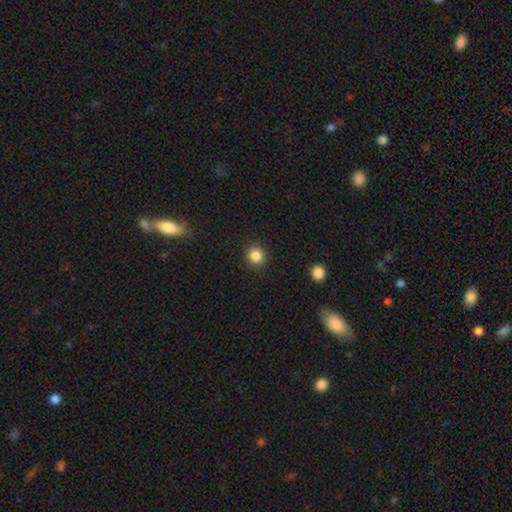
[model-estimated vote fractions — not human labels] The model was most divided on "smooth or featured": smooth: 85%, star or artifact: 11%, featured or disk: 4%. More confident: merging — none (91%); how rounded — round (91%).